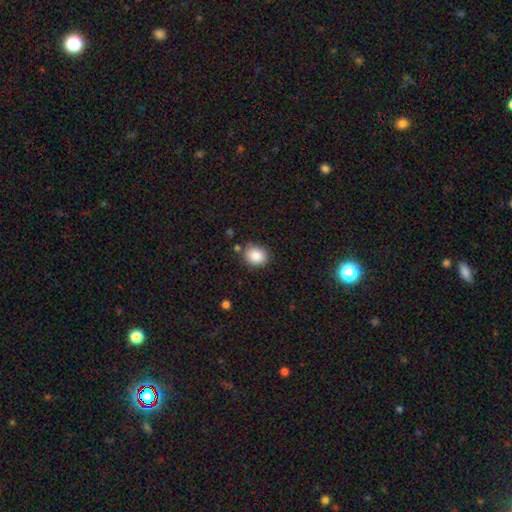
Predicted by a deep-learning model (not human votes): This is clearly a smooth galaxy (86%). How rounded: likely round (68%). Merging: clearly none (81%).